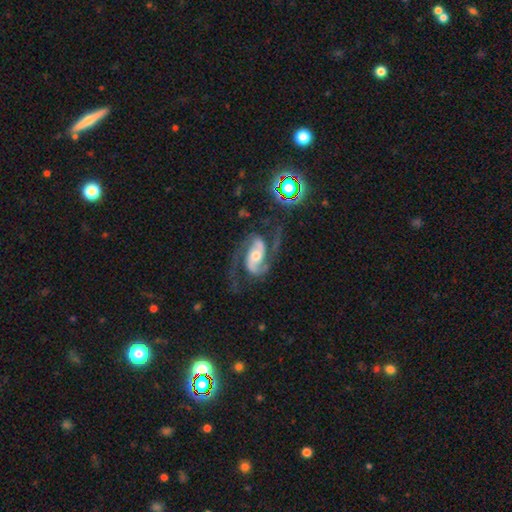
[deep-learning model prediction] smooth_or_featured: featured or disk (p=0.88) [alt: star or artifact p=0.06]
disk_edge_on: no (p=0.97) [alt: yes p=0.03]
bar: no (p=0.41) [alt: weak p=0.33]
has_spiral_arms: yes (p=0.97) [alt: no p=0.03]
spiral_winding: medium (p=0.53) [alt: loose p=0.30]
spiral_arm_count: 2 (p=0.91) [alt: can't tell p=0.03]
bulge_size: moderate (p=0.64) [alt: small p=0.24]
merging: none (p=0.63) [alt: major disturbance p=0.18]